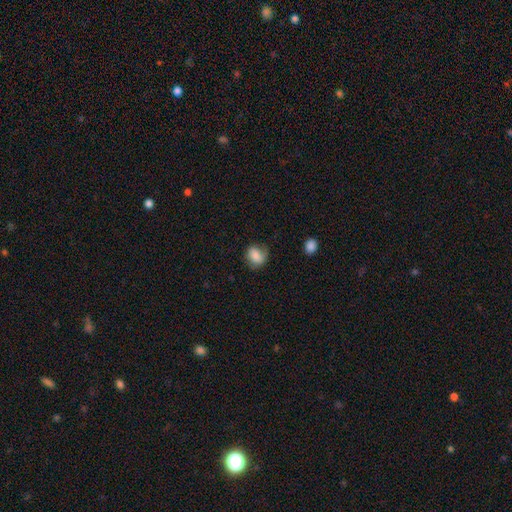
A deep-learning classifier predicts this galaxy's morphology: Smooth or featured?
  - smooth: 78% *
  - featured or disk: 14%
  - star or artifact: 8%
How rounded?
  - round: 50% *
  - in between: 49%
  - cigar-shaped: 1%
Merging?
  - none: 60% *
  - minor disturbance: 27%
  - major disturbance: 11%
  - merger: 2%